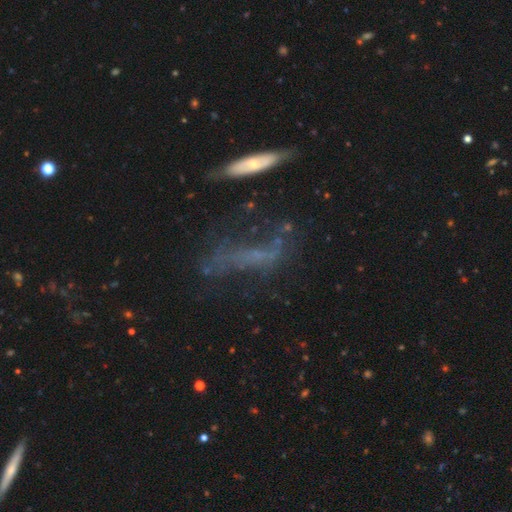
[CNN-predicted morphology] smooth-or-featured: featured or disk: 49% | smooth: 28% | star or artifact: 23%
  merging: none: 40% | major disturbance: 28% | minor disturbance: 19% | merger: 12%